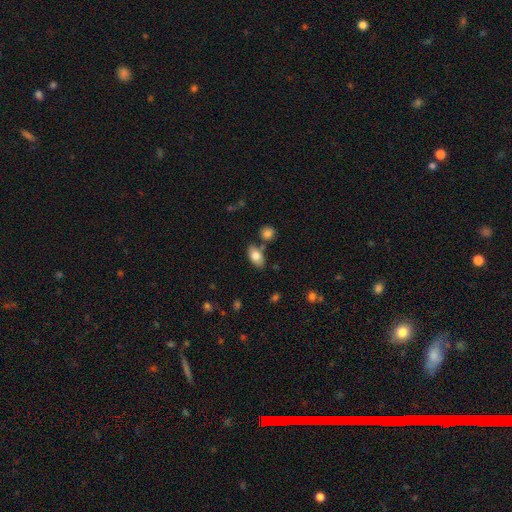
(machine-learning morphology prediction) Smooth or featured: smooth — 79% (featured or disk — 13%)
How rounded: in between — 91% (round — 6%)
Merging: none — 73% (minor disturbance — 13%)